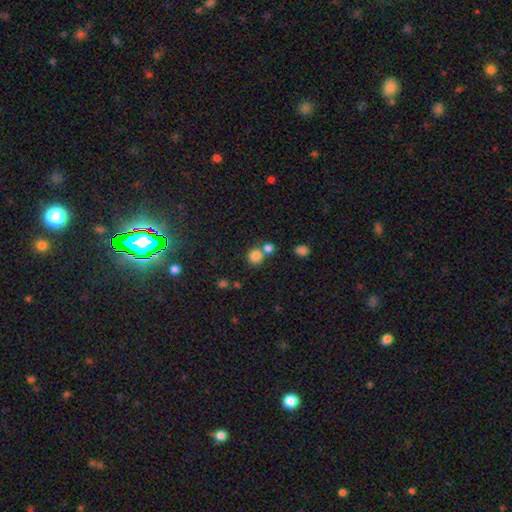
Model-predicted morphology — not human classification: Smooth or featured?
  - smooth: 82% *
  - star or artifact: 12%
  - featured or disk: 6%
How rounded?
  - round: 86% *
  - in between: 13%
  - cigar-shaped: 1%
Merging?
  - none: 57% *
  - merger: 32%
  - minor disturbance: 8%
  - major disturbance: 3%